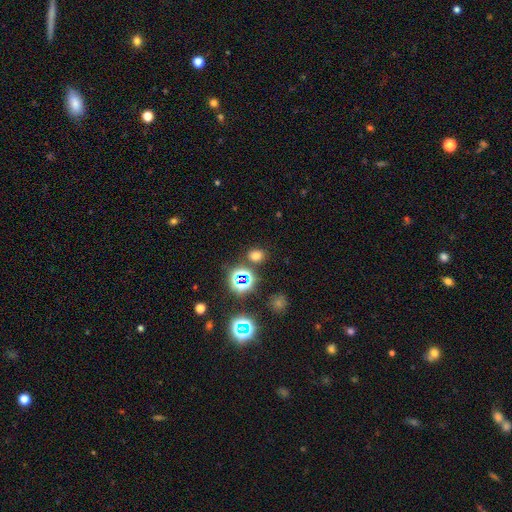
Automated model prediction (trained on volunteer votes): A smooth galaxy with no disk features (65%) that is round (55%).

Vote fractions:
- Smooth or featured? smooth: 65% / star or artifact: 28% / featured or disk: 6%
- How rounded? round: 55% / in between: 44% / cigar-shaped: 1%
- Merging? none: 83% / minor disturbance: 9% / merger: 5% / major disturbance: 3%